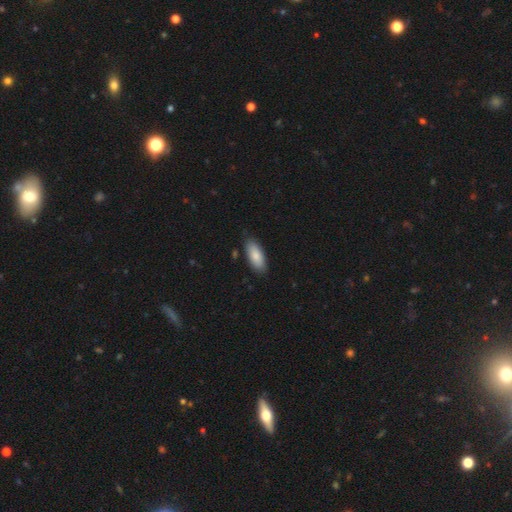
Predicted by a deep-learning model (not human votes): smooth-or-featured: smooth: 85% | featured or disk: 9% | star or artifact: 6%
  how-rounded: in between: 83% | cigar-shaped: 15% | round: 2%
  merging: none: 83% | minor disturbance: 13% | major disturbance: 2% | merger: 2%